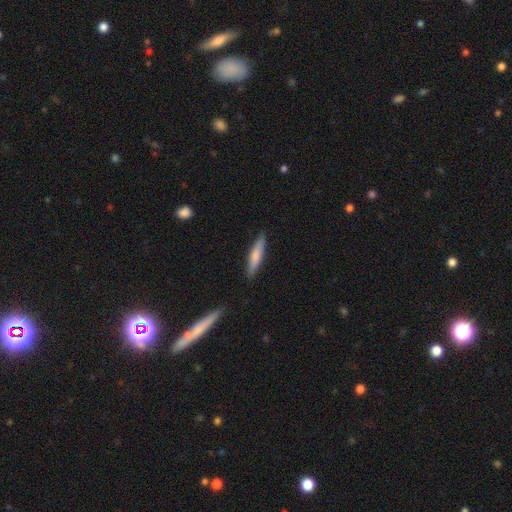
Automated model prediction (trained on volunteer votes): The model was most divided on "smooth or featured": smooth: 70%, featured or disk: 24%, star or artifact: 6%. More confident: merging — none (88%); how rounded — cigar-shaped (87%).